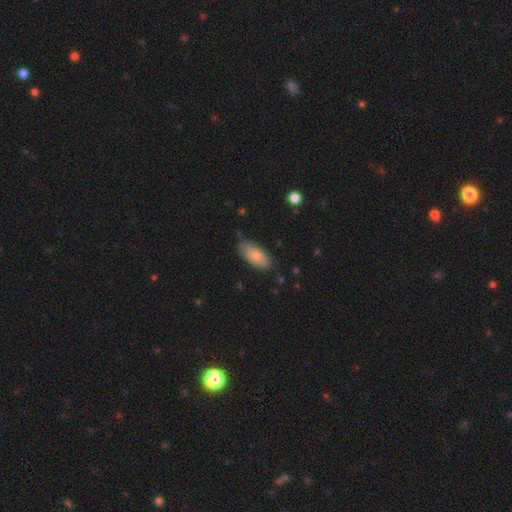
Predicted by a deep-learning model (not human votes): Q: Smooth or featured?
A: smooth (78%); runner-up: featured or disk (16%)
Q: How rounded?
A: in between (91%); runner-up: cigar-shaped (7%)
Q: Merging?
A: none (76%); runner-up: minor disturbance (19%)